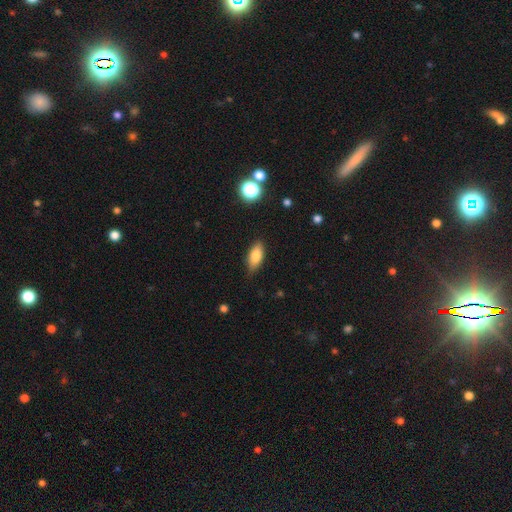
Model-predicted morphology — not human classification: The model was most divided on "smooth or featured": smooth: 79%, featured or disk: 13%, star or artifact: 8%. More confident: how rounded — in between (83%); merging — none (82%).